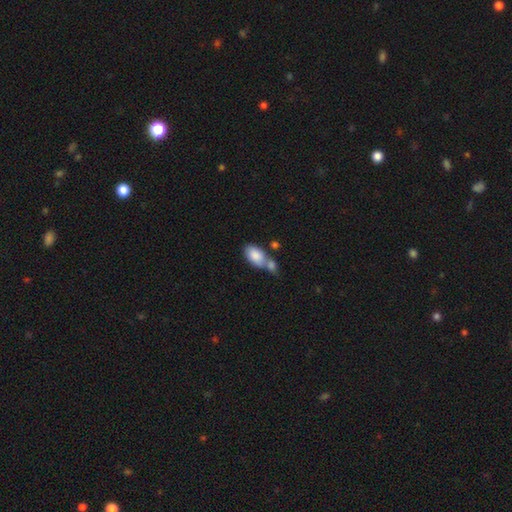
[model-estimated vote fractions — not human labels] Smooth or featured?
  - smooth: 83% *
  - featured or disk: 10%
  - star or artifact: 7%
How rounded?
  - in between: 93% *
  - round: 5%
  - cigar-shaped: 2%
Merging?
  - merger: 49% *
  - none: 34%
  - minor disturbance: 12%
  - major disturbance: 5%